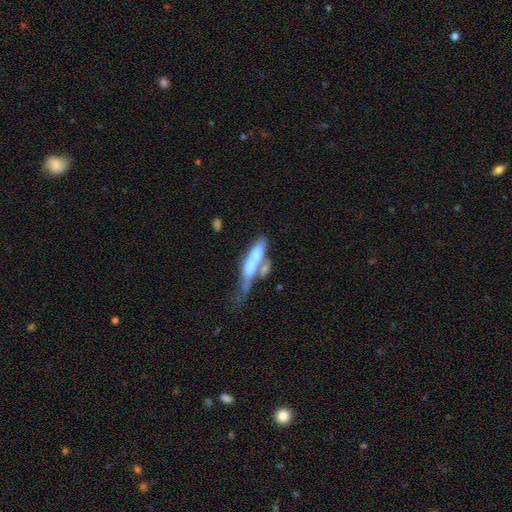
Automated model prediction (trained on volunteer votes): Morphology: type=featured or disk (48%); merging=merger (44%).